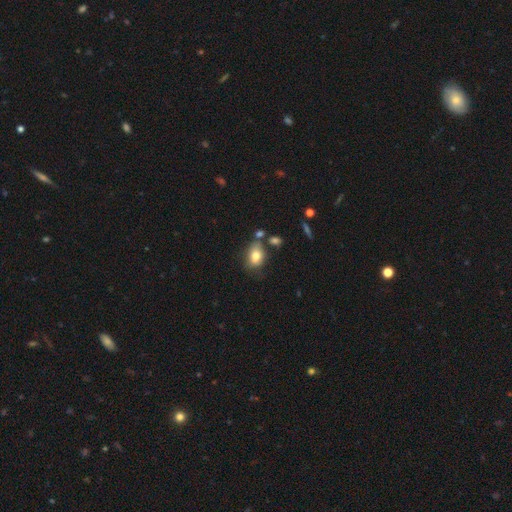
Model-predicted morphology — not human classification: Smooth or featured? Predicted: smooth (p=0.79). How rounded? Predicted: in between (p=0.81). Merging? Predicted: none (p=0.58).